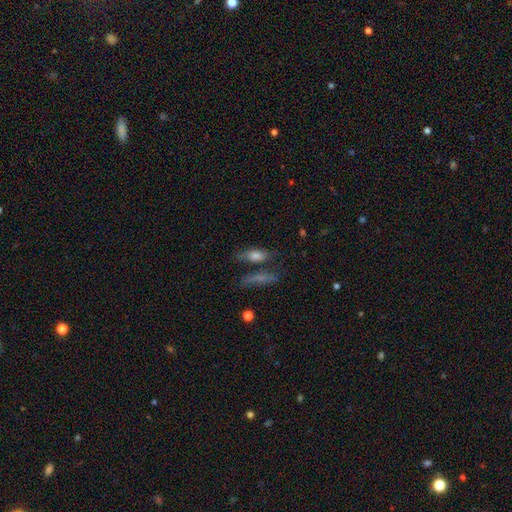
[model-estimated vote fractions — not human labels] Overall: smooth (69%). How rounded: in between (57%; cigar-shaped 38%). Merging: none (60%).